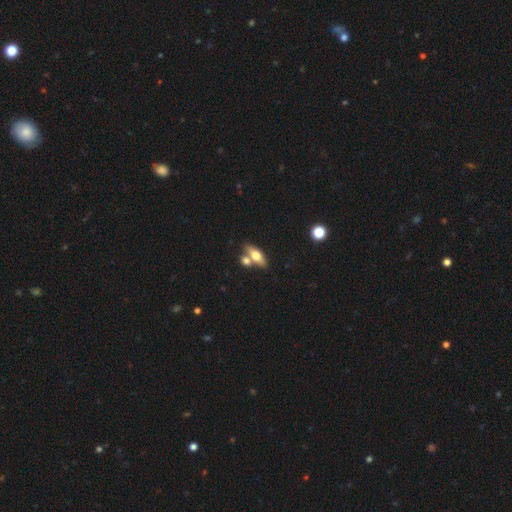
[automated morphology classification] Smooth or featured? Predicted: smooth (p=0.58). How rounded? Predicted: in between (p=0.68). Merging? Predicted: none (p=0.54).